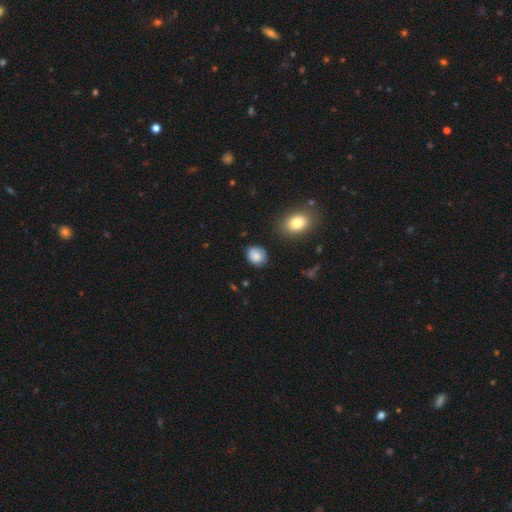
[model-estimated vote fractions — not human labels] This appears to be a smooth galaxy with no disk features (80%) that is round (61%). Merging: none (73%).